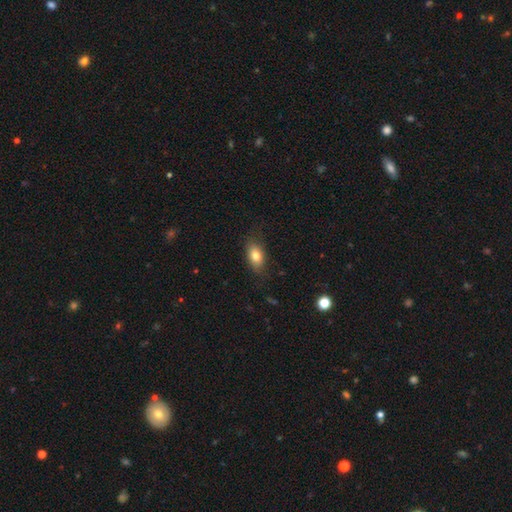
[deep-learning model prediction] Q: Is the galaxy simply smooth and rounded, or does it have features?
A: smooth — 79%.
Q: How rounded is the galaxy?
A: in between — 86%.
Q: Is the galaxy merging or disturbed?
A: none — 78%.